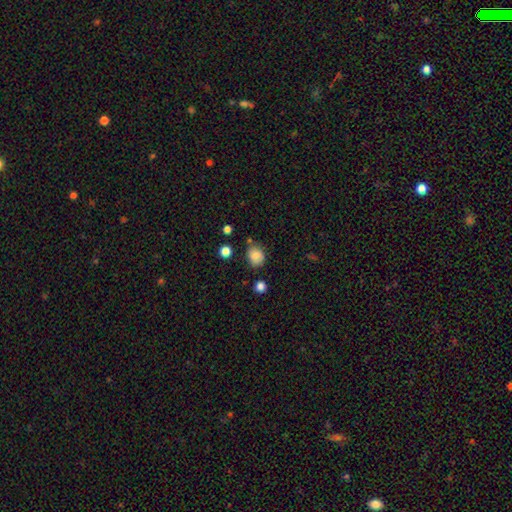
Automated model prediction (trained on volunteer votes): Q: Smooth or featured?
A: smooth (81%); runner-up: star or artifact (10%)
Q: How rounded?
A: round (55%); runner-up: in between (44%)
Q: Merging?
A: none (71%); runner-up: minor disturbance (20%)